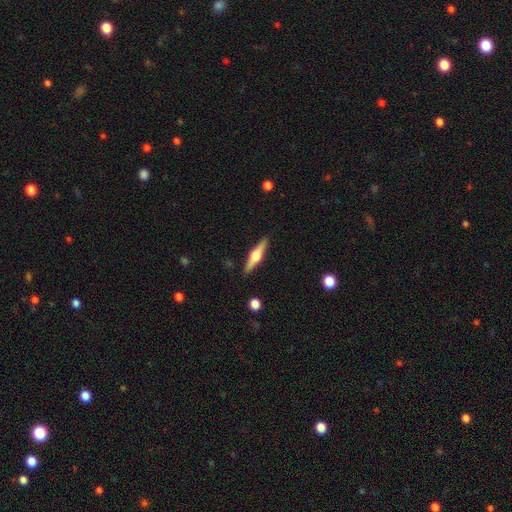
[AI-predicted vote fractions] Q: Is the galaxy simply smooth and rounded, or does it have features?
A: featured or disk — 71%.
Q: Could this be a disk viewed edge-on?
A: yes — 97%.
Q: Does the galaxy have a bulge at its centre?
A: rounded — 95%.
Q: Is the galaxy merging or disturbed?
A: none — 91%.